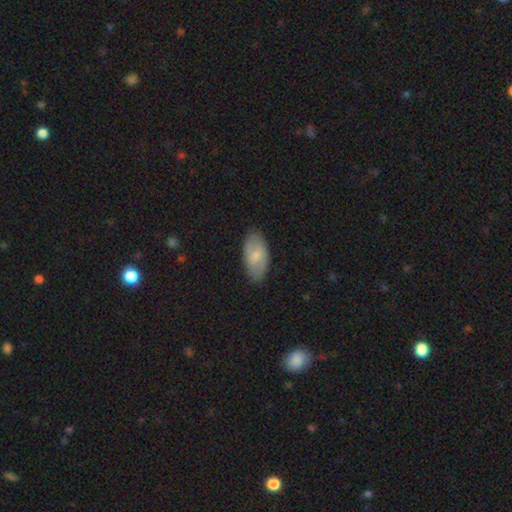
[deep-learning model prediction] A smooth galaxy with no disk features (65%) that is in between round and cigar-shaped (93%). Merging: none (84%).